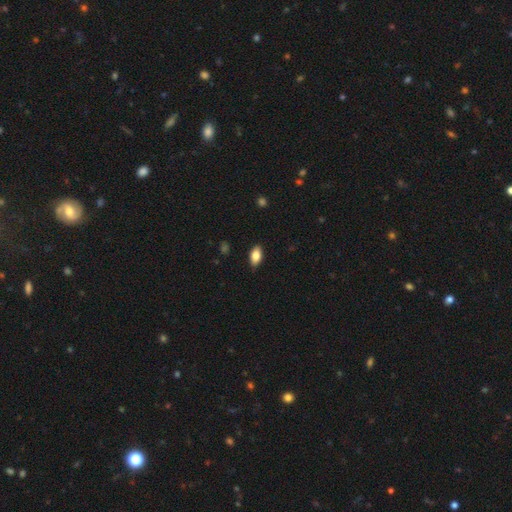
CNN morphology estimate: Overall: smooth (83%). How rounded: in between (92%). Merging: none (87%).